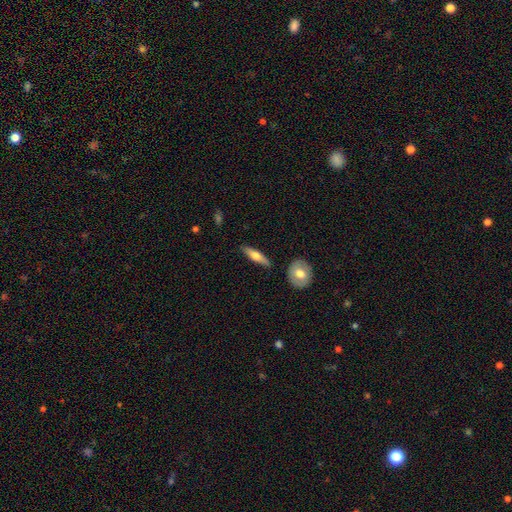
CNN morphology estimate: Smooth or featured? Predicted: smooth (p=0.49). Merging? Predicted: none (p=0.86).